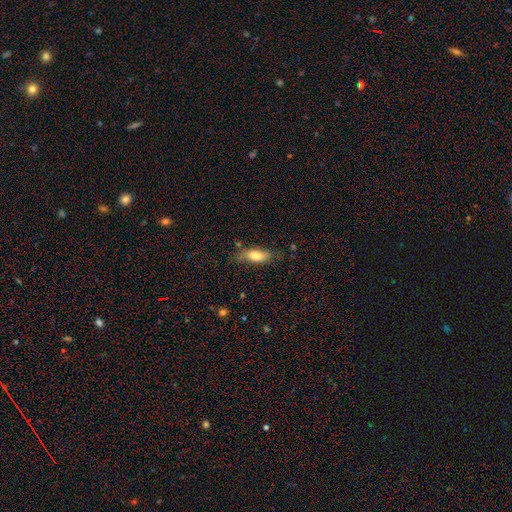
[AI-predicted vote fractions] Smooth or featured?
  - smooth: 74% *
  - featured or disk: 18%
  - star or artifact: 7%
How rounded?
  - in between: 74% *
  - cigar-shaped: 23%
  - round: 3%
Merging?
  - none: 67% *
  - minor disturbance: 24%
  - major disturbance: 6%
  - merger: 3%